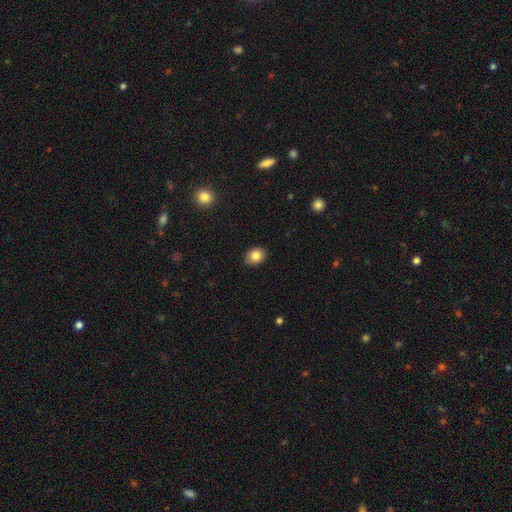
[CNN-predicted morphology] A smooth galaxy with no disk features (84%) that is in between round and cigar-shaped (52%).

Vote fractions:
- Smooth or featured? smooth: 84% / star or artifact: 9% / featured or disk: 7%
- How rounded? in between: 52% / round: 47% / cigar-shaped: 1%
- Merging? none: 88% / minor disturbance: 9% / major disturbance: 2% / merger: 1%